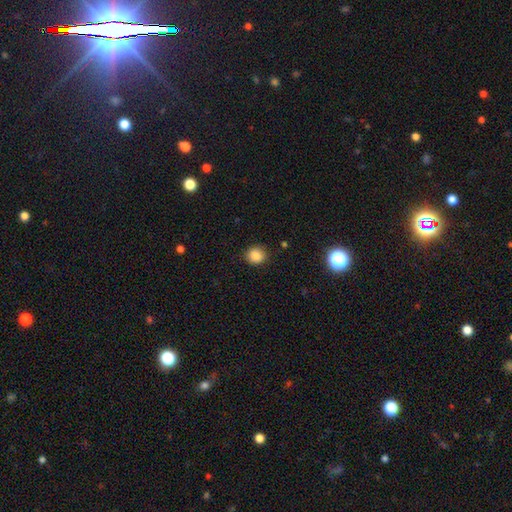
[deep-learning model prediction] Smooth or featured? Predicted: smooth (p=0.86). How rounded? Predicted: round (p=0.86). Merging? Predicted: none (p=0.86).